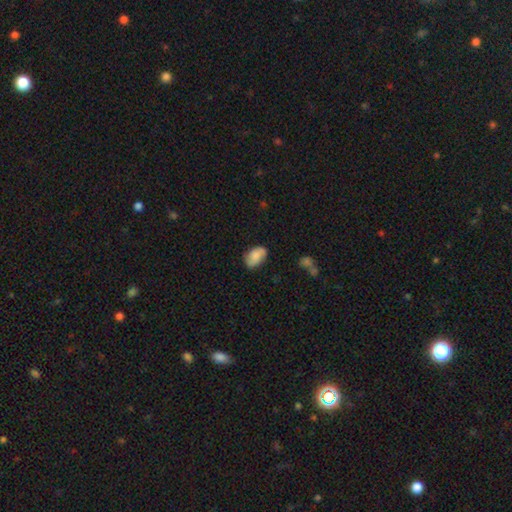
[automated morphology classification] Smooth or featured? Predicted: smooth (p=0.73). How rounded? Predicted: in between (p=0.90). Merging? Predicted: none (p=0.72).